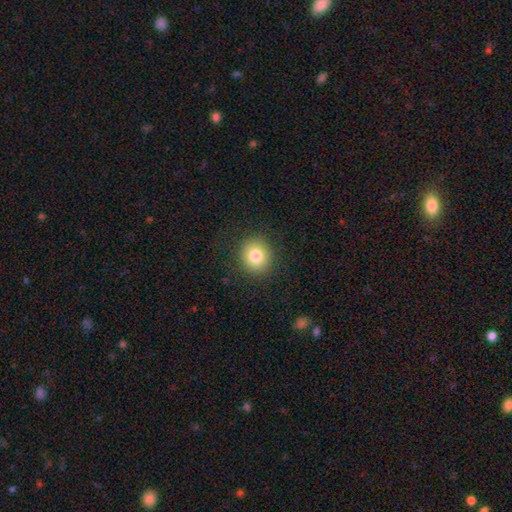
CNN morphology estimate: smooth 82%, star or artifact 10%, featured or disk 8%. Down the decision tree: how rounded — round (84%); merging — none (90%).